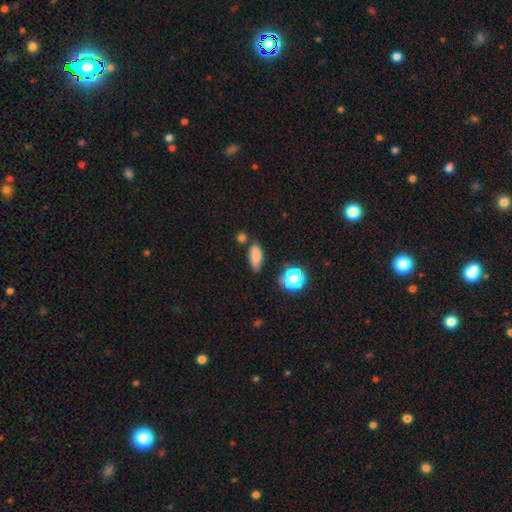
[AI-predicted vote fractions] A smooth galaxy with no disk features (81%) that is in between round and cigar-shaped (77%). Merging: none (71%).